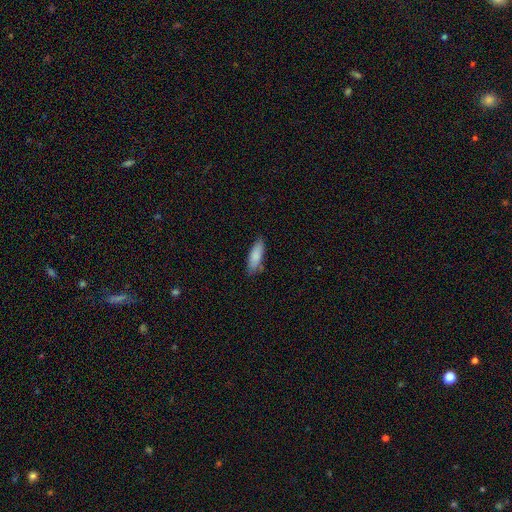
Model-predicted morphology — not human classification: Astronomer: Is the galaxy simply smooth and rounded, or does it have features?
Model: smooth — 85%.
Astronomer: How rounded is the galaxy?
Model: in between — 61% (runner-up: cigar-shaped, 38%).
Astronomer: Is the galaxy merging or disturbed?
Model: none — 76%.